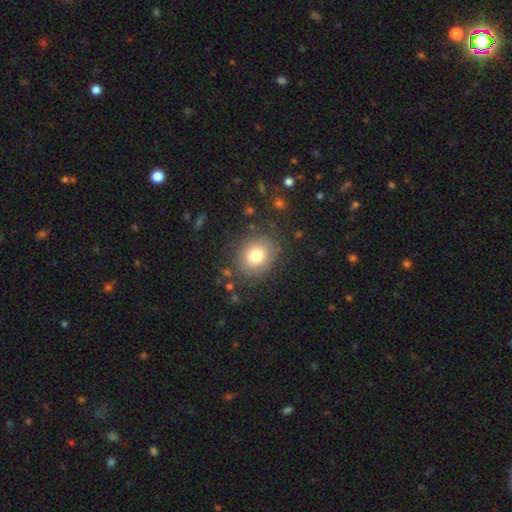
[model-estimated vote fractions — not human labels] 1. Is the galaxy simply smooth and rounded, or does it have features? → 78% smooth, 11% star or artifact, 11% featured or disk.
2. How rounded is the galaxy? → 69% round, 30% in between, 1% cigar-shaped.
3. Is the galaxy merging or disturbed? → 84% none, 10% minor disturbance, 4% major disturbance, 2% merger.